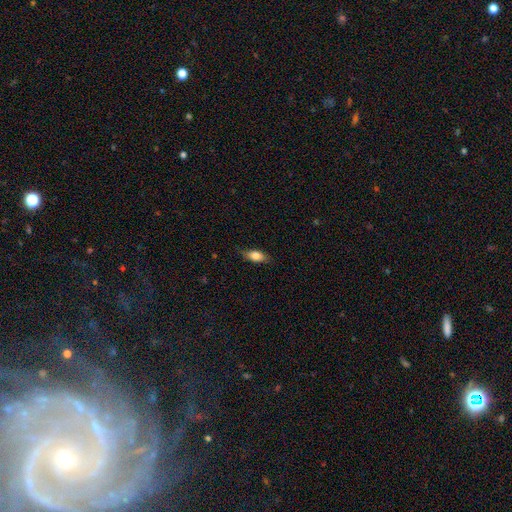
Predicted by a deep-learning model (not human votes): Morphology: type=smooth (77%); roundness=in between (81%); merging=none (81%).